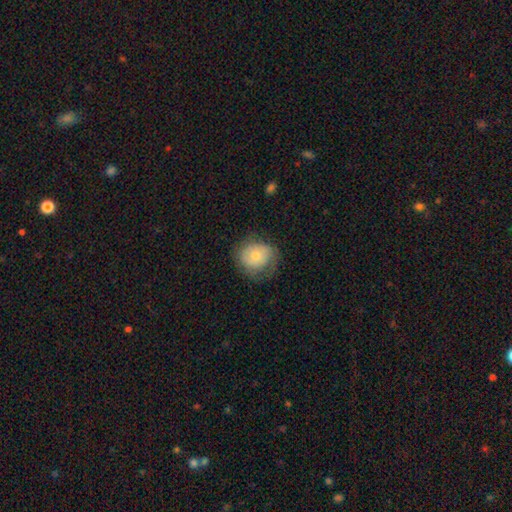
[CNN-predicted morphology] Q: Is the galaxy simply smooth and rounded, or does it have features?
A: smooth — 67%.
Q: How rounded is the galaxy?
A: round — 75%.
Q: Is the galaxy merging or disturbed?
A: none — 64%.